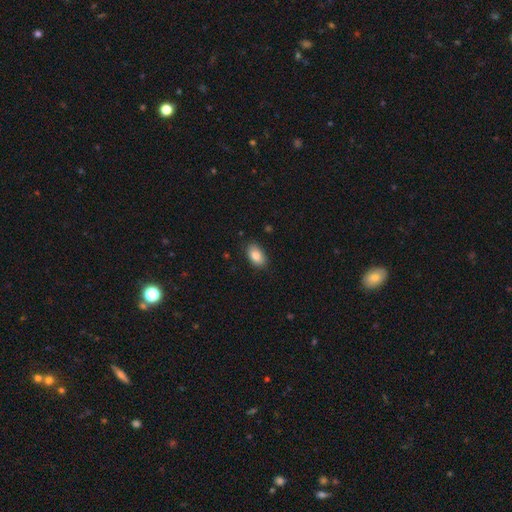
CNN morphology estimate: smooth_or_featured: smooth (p=0.85) [alt: featured or disk p=0.08]
how_rounded: in between (p=0.92) [alt: round p=0.06]
merging: none (p=0.86) [alt: minor disturbance p=0.11]